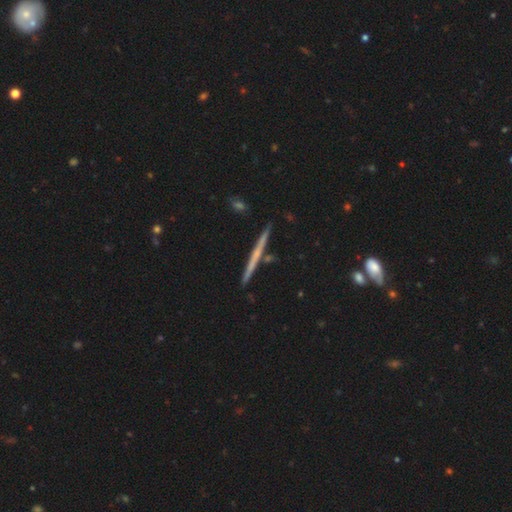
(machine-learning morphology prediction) Smooth or featured? Predicted: featured or disk (p=0.57). Edge-on disk? Predicted: yes (p=0.98). Edge-on bulge? Predicted: none (p=0.80). Merging? Predicted: none (p=0.89).